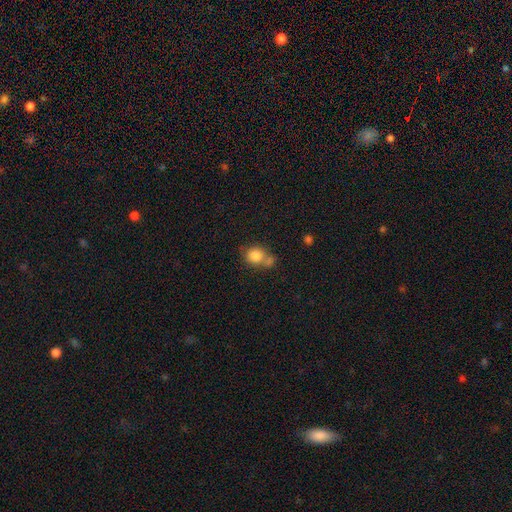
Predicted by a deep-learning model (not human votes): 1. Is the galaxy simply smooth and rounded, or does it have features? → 82% smooth, 9% star or artifact, 8% featured or disk.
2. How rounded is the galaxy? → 74% round, 25% in between, 1% cigar-shaped.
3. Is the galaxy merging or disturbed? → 44% none, 36% merger, 14% minor disturbance, 5% major disturbance.